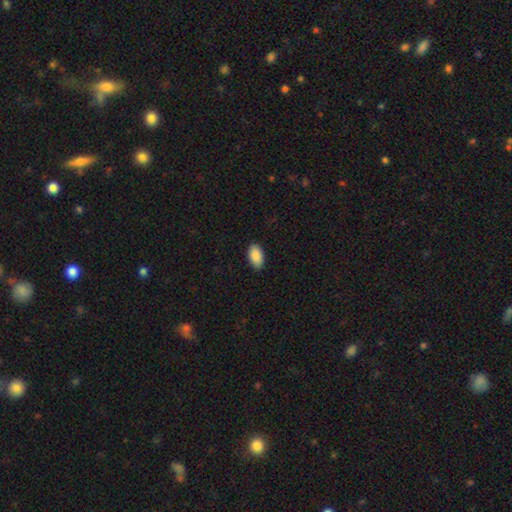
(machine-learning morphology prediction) This is clearly a smooth galaxy (89%). How rounded: clearly in between (95%). Merging: clearly none (86%).